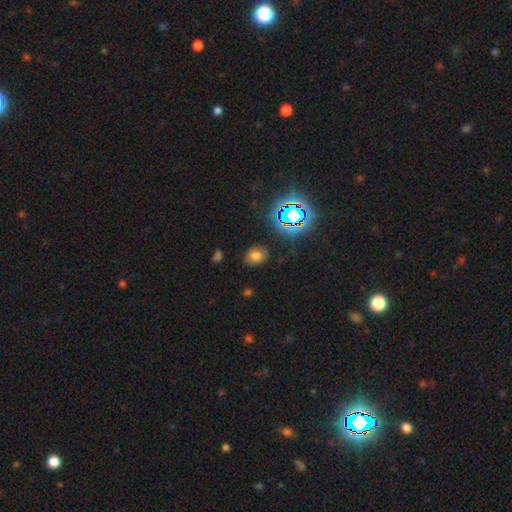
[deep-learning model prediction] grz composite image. It shows a smooth galaxy with no disk features (65%) that is in between round and cigar-shaped (52%). Merging: none (82%).